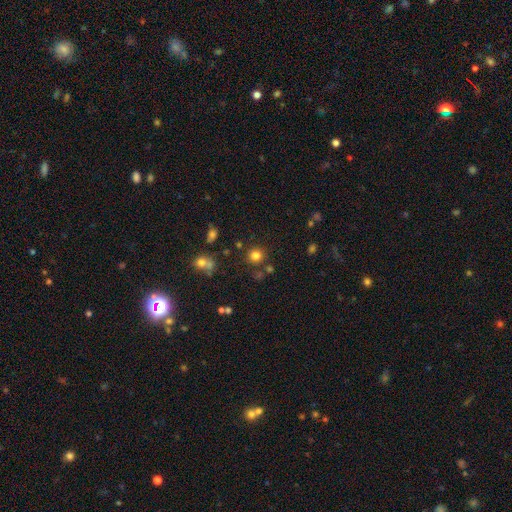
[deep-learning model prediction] Smooth or featured?
  - smooth: 78% *
  - star or artifact: 16%
  - featured or disk: 6%
How rounded?
  - round: 91% *
  - in between: 8%
  - cigar-shaped: 1%
Merging?
  - none: 83% *
  - minor disturbance: 8%
  - merger: 6%
  - major disturbance: 3%